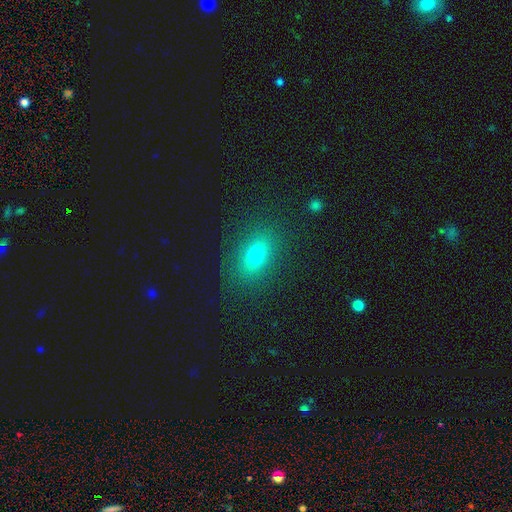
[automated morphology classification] smooth 68%, featured or disk 17%, star or artifact 15%. Down the decision tree: how rounded — in between (74%); merging — none (86%).